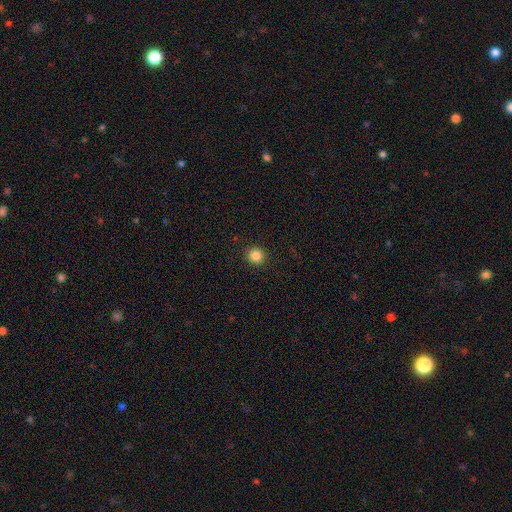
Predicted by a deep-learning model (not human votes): smooth_or_featured: smooth (p=0.84) [alt: star or artifact p=0.11]
how_rounded: round (p=0.94) [alt: in between p=0.05]
merging: none (p=0.92) [alt: minor disturbance p=0.05]